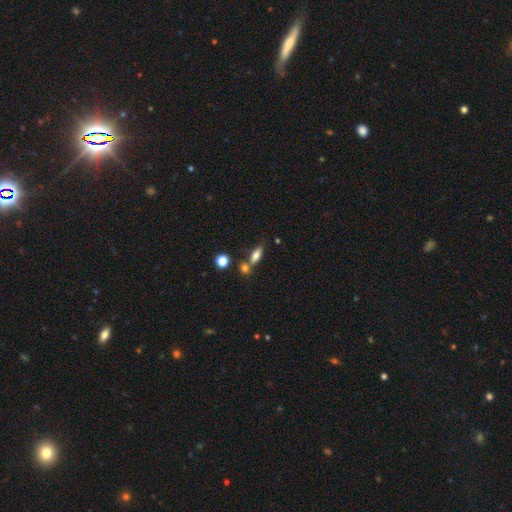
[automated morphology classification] smooth 69%, featured or disk 21%, star or artifact 10%. Down the decision tree: how rounded — in between (61%); merging — none (58%).